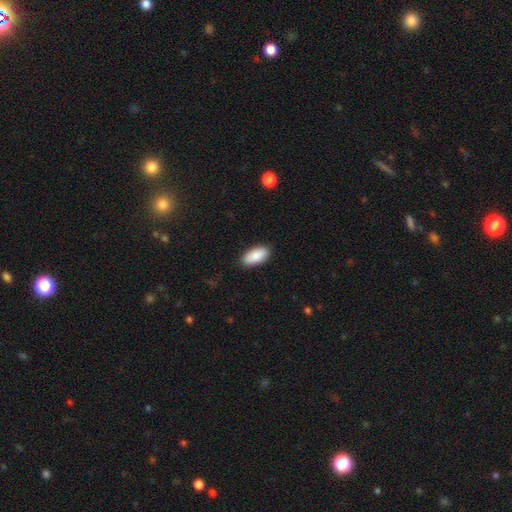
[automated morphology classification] type=smooth (89%); roundness=in between (93%); merging=none (89%).